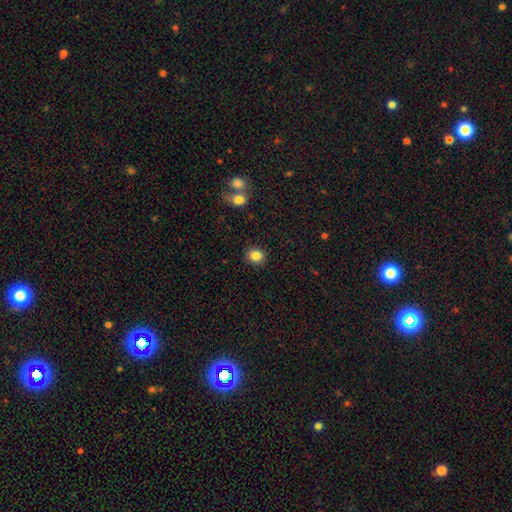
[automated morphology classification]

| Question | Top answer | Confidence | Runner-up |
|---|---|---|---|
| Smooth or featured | smooth | 85% | star or artifact (10%) |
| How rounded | round | 76% | in between (24%) |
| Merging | none | 90% | minor disturbance (6%) |